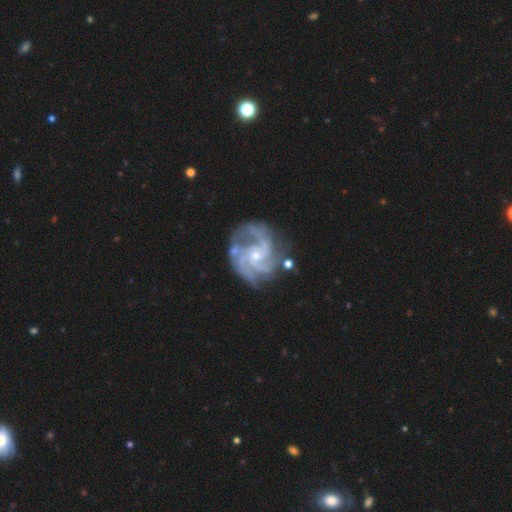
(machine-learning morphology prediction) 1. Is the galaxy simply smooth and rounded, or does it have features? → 92% featured or disk, 4% star or artifact, 3% smooth.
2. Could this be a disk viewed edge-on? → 98% no, 2% yes.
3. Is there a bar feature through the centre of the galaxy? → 61% no, 32% weak, 7% strong.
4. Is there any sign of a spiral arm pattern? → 98% yes, 2% no.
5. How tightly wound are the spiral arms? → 46% medium (tied), 46% tight (tied), 8% loose.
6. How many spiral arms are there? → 38% 3, 20% 4, 17% 2, 12% can't tell, 7% more than 4, 6% 1.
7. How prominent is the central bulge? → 61% small, 35% moderate, 2% none, 1% large, 1% dominant.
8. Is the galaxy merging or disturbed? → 66% none, 20% minor disturbance, 11% major disturbance, 3% merger.